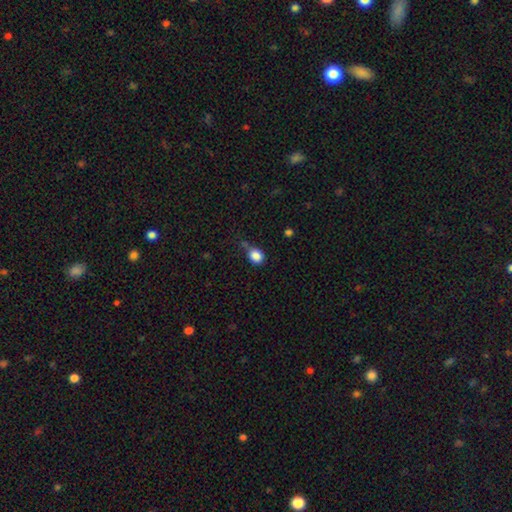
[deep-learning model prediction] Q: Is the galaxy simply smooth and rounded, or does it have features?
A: smooth — 86%.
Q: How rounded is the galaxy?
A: round — 66%.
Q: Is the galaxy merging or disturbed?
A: none — 52%.